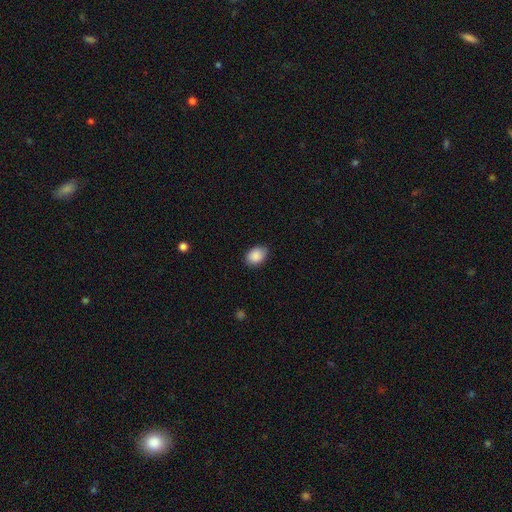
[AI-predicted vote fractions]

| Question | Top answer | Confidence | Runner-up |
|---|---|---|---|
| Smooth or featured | smooth | 89% | star or artifact (7%) |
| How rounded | in between | 73% | round (25%) |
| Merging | none | 81% | minor disturbance (15%) |